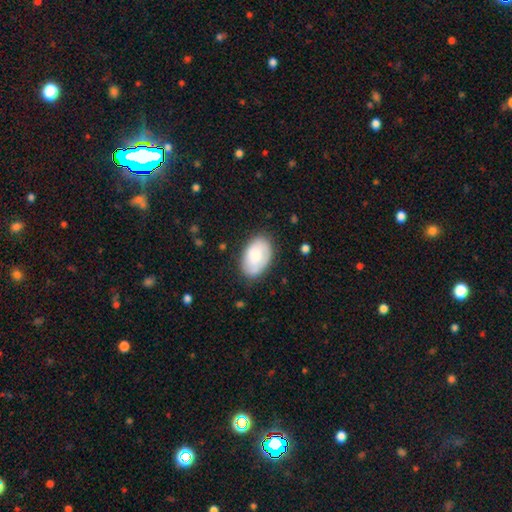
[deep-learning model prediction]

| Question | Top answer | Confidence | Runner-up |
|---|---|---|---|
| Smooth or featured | smooth | 77% | featured or disk (16%) |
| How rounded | in between | 91% | round (8%) |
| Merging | none | 75% | minor disturbance (19%) |